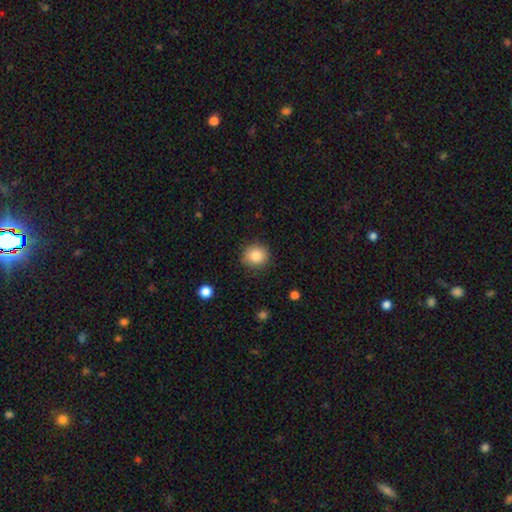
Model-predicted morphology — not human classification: A smooth galaxy with no disk features (84%) that is round (86%). Merging: none (86%).